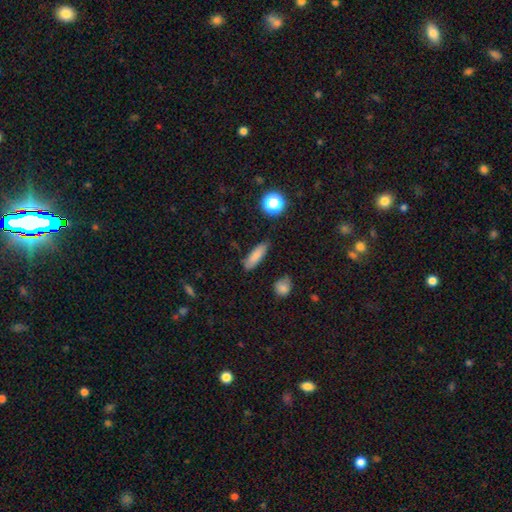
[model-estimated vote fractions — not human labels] This appears to be a smooth galaxy with no disk features (81%) that is cigar-shaped (53%). Merging: none (81%).